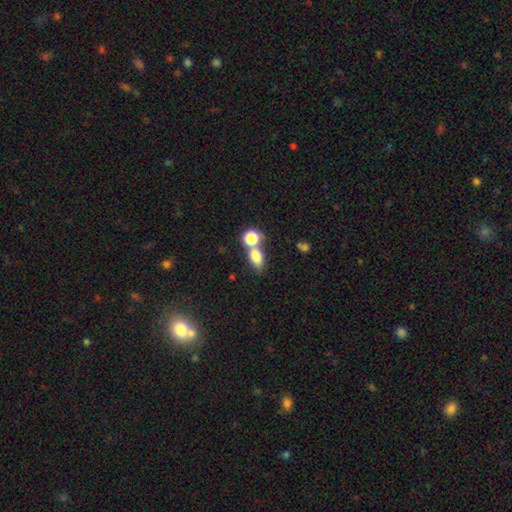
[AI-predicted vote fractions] smooth-or-featured: smooth: 78% | star or artifact: 13% | featured or disk: 9%
  how-rounded: in between: 74% | round: 22% | cigar-shaped: 3%
  merging: none: 45% | merger: 40% | minor disturbance: 11% | major disturbance: 5%